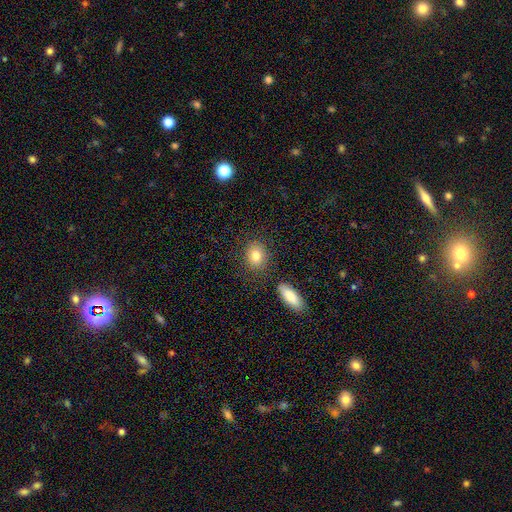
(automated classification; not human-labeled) Smooth or featured? Predicted: smooth (p=0.81). How rounded? Predicted: round (p=0.52). Merging? Predicted: none (p=0.80).